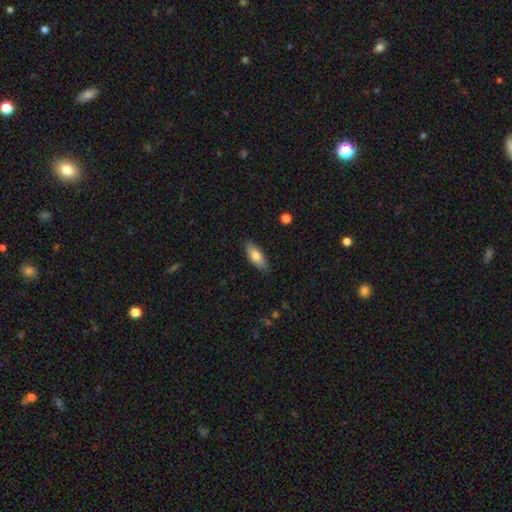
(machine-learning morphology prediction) Q: Smooth or featured?
A: smooth (75%); runner-up: featured or disk (18%)
Q: How rounded?
A: in between (76%); runner-up: cigar-shaped (22%)
Q: Merging?
A: none (86%); runner-up: minor disturbance (11%)